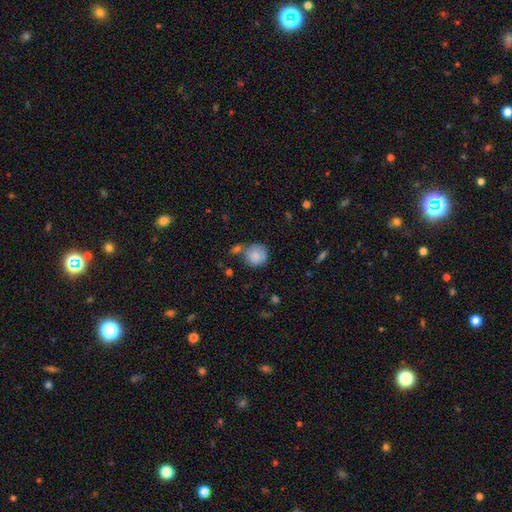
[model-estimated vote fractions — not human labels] A smooth galaxy with no disk features (83%) that is round (88%). Merging: none (59%).